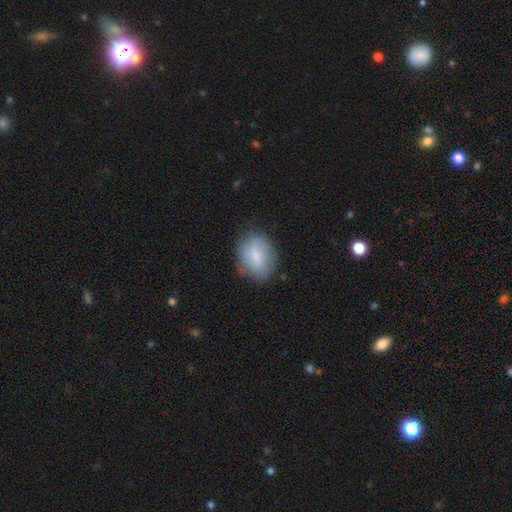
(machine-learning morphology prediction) smooth_or_featured: smooth (p=0.74) [alt: featured or disk p=0.20]
how_rounded: in between (p=0.66) [alt: round p=0.33]
merging: none (p=0.76) [alt: minor disturbance p=0.18]